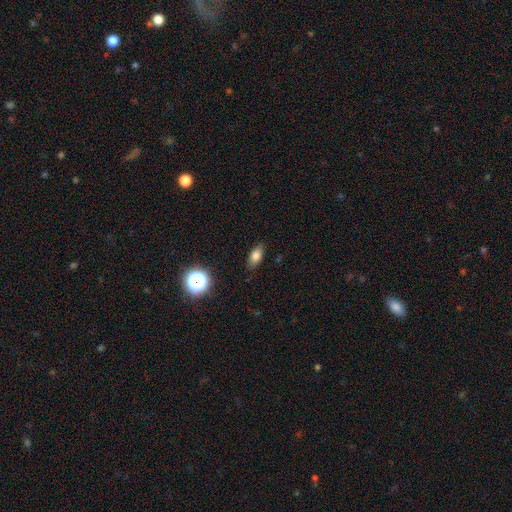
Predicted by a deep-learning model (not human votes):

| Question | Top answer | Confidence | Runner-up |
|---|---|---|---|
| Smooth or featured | smooth | 77% | featured or disk (11%) |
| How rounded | in between | 83% | cigar-shaped (10%) |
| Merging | none | 85% | minor disturbance (11%) |